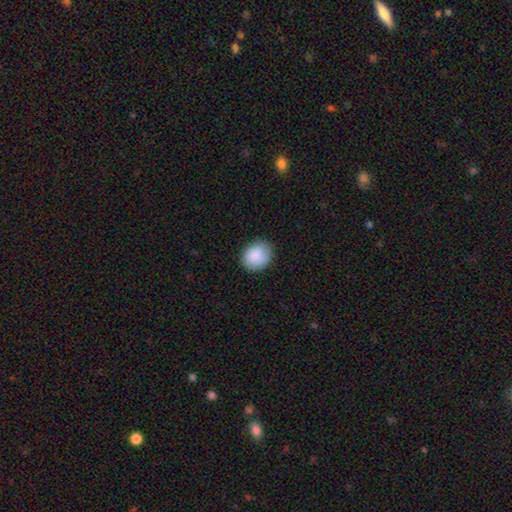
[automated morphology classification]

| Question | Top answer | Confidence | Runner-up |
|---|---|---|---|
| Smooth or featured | smooth | 88% | star or artifact (7%) |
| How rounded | round | 61% | in between (38%) |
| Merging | none | 83% | minor disturbance (13%) |